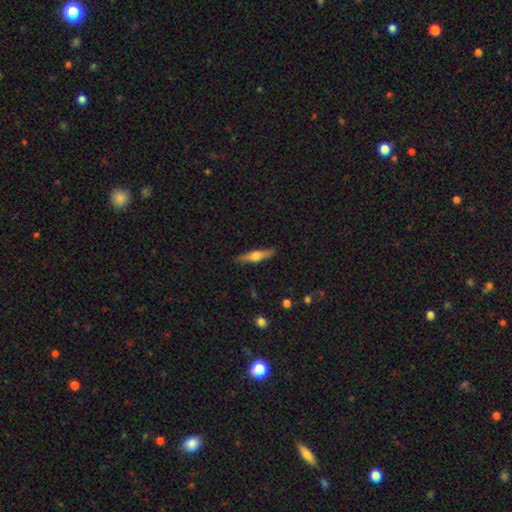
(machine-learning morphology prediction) A featured or disk galaxy (53%) viewed edge-on (94%). Merging: none (89%).